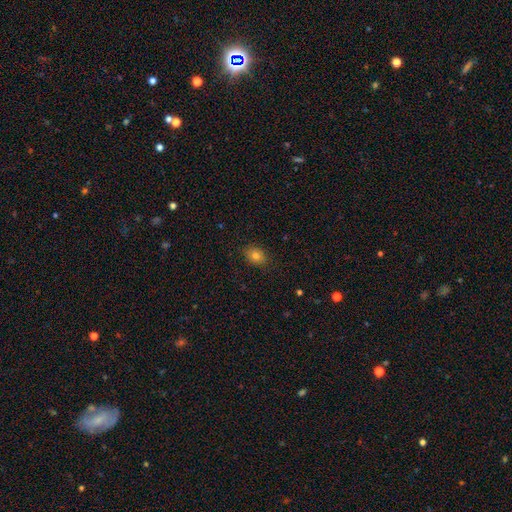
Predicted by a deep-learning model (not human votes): This is likely a smooth galaxy (80%). How rounded: likely in between (61%). Merging: clearly none (87%).